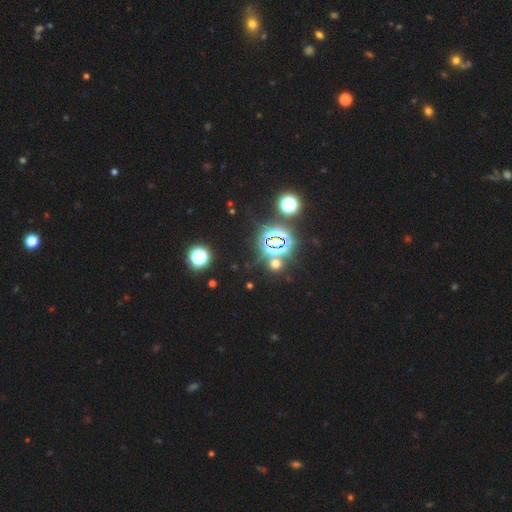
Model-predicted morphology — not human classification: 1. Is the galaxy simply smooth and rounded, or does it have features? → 81% star or artifact, 12% smooth, 6% featured or disk.